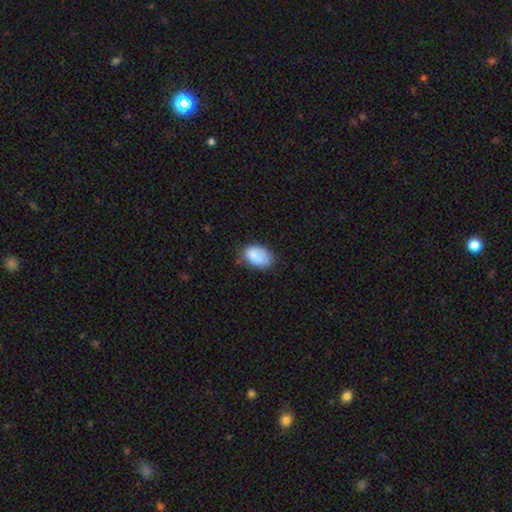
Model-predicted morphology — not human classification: Smooth or featured: smooth — 83% (featured or disk — 9%)
How rounded: in between — 89% (round — 10%)
Merging: none — 65% (minor disturbance — 25%)